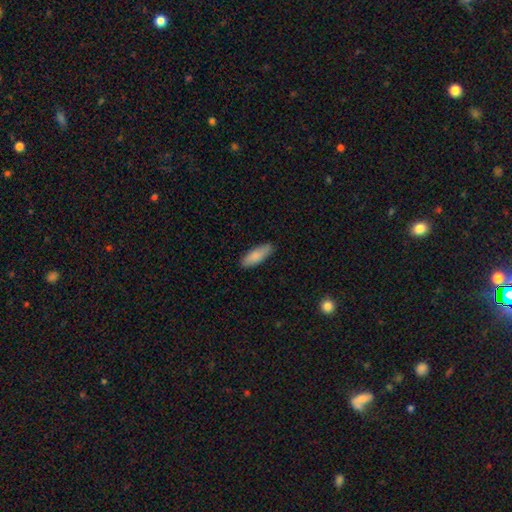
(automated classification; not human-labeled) Smooth or featured: smooth — 86% (featured or disk — 8%)
How rounded: in between — 63% (cigar-shaped — 36%)
Merging: none — 87% (minor disturbance — 10%)